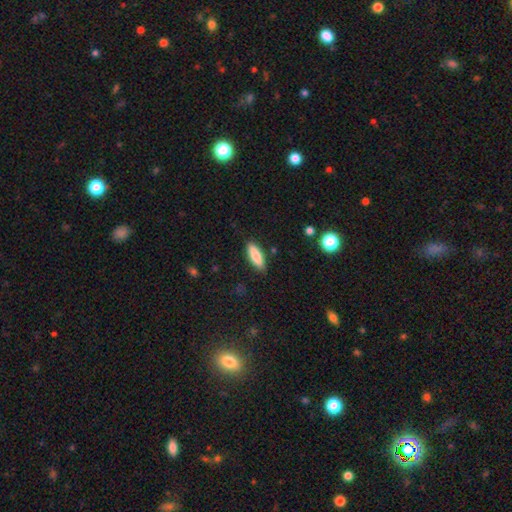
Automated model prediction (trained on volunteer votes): A smooth galaxy with no disk features (83%) that is in between round and cigar-shaped (57%). Merging: none (86%).